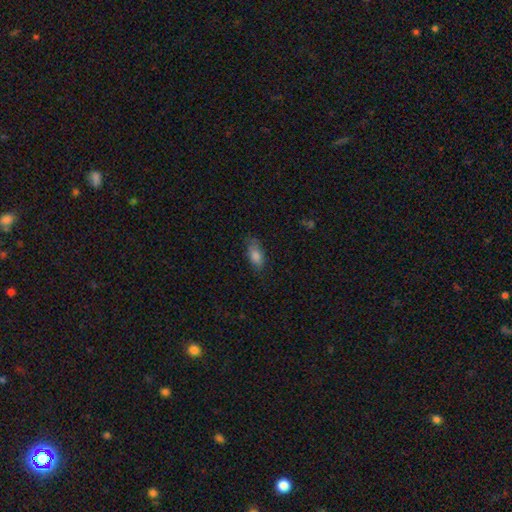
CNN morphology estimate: Overall: smooth (82%). How rounded: in between (87%). Merging: none (73%).